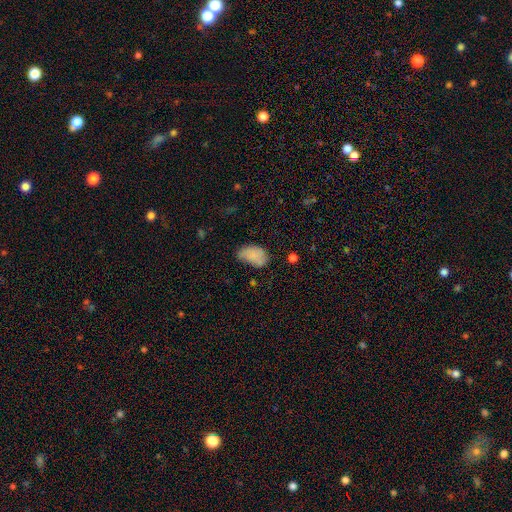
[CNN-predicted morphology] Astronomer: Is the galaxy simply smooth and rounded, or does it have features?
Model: smooth — 81%.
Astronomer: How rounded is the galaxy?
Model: in between — 90%.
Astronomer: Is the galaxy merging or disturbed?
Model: none — 46% (runner-up: minor disturbance, 37%).